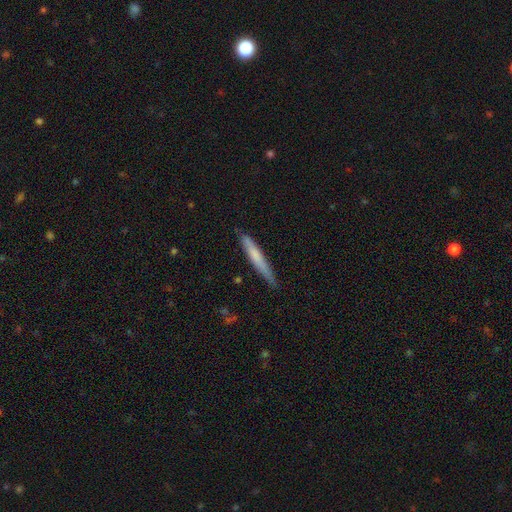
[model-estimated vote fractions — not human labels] A smooth galaxy with no disk features (65%) that is cigar-shaped (95%).

Vote fractions:
- Smooth or featured? smooth: 65% / featured or disk: 30% / star or artifact: 6%
- How rounded? cigar-shaped: 95% / in between: 4% / round: 1%
- Merging? none: 77% / minor disturbance: 19% / major disturbance: 3% / merger: 2%